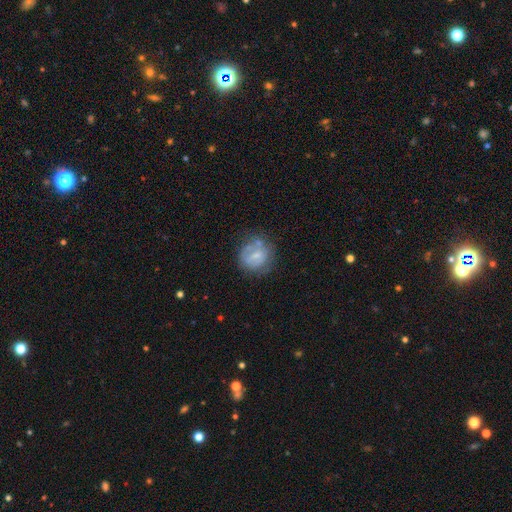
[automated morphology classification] Smooth or featured? smooth (49%)
Merging? none (54%)